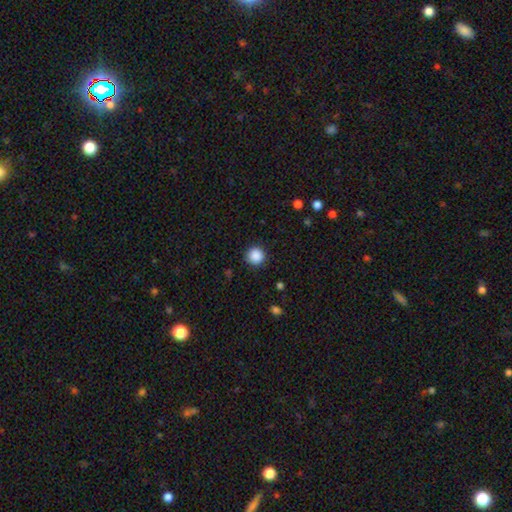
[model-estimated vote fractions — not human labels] smooth 88%, star or artifact 9%, featured or disk 3%. Down the decision tree: how rounded — round (95%); merging — none (91%).